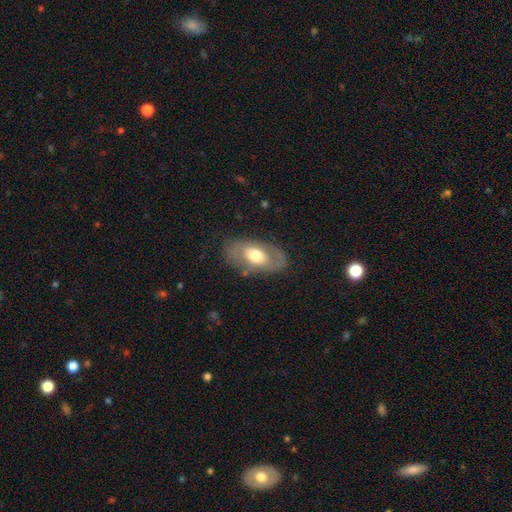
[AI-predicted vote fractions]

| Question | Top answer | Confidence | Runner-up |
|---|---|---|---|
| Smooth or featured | smooth | 47% | featured or disk (46%) |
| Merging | none | 76% | minor disturbance (16%) |